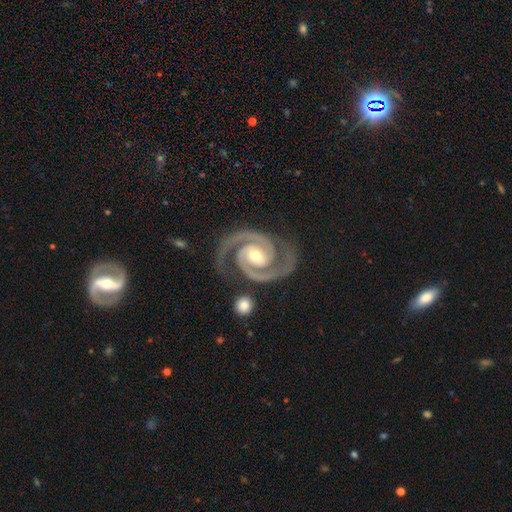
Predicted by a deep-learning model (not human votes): Q: Smooth or featured?
A: featured or disk (95%); runner-up: star or artifact (3%)
Q: Edge-on disk?
A: no (98%); runner-up: yes (2%)
Q: Bar?
A: no (44%); runner-up: weak (33%)
Q: Spiral arms?
A: yes (99%); runner-up: no (1%)
Q: Spiral winding?
A: tight (55%); runner-up: medium (41%)
Q: Spiral arm count?
A: 2 (94%); runner-up: 3 (2%)
Q: Bulge size?
A: moderate (63%); runner-up: small (32%)
Q: Merging?
A: none (83%); runner-up: minor disturbance (11%)